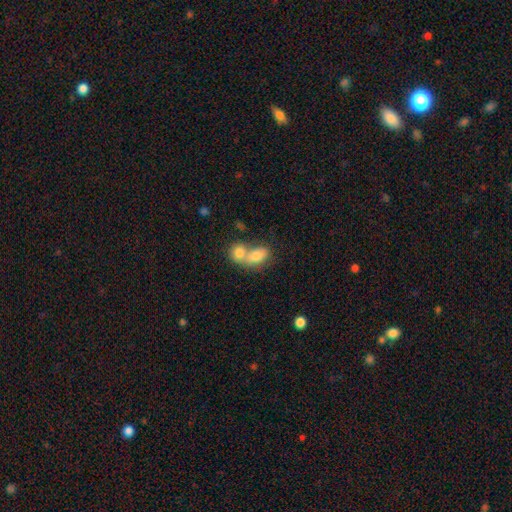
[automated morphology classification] A smooth galaxy with no disk features (77%) that is in between round and cigar-shaped (74%). Merging: merger (70%).